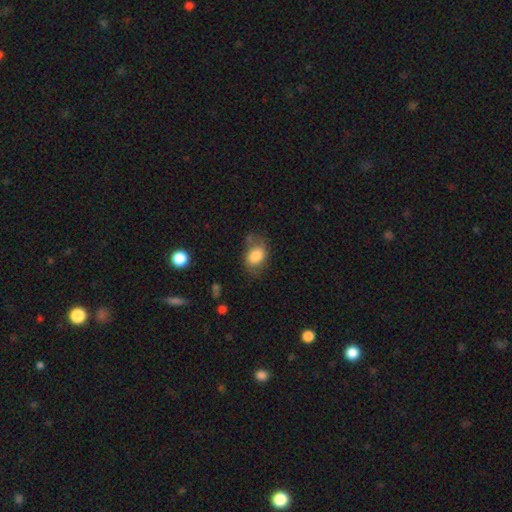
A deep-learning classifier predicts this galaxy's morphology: Overall: smooth (78%). How rounded: in between (78%). Merging: none (57%; minor disturbance 27%).